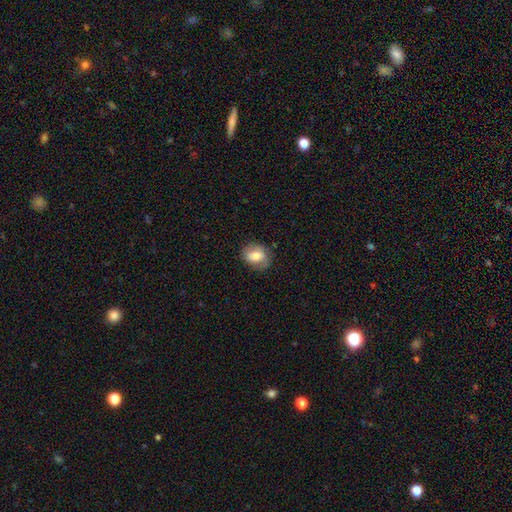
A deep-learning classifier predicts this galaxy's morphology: Smooth or featured? smooth (71%)
How rounded? in between (57%)
Merging? none (73%)